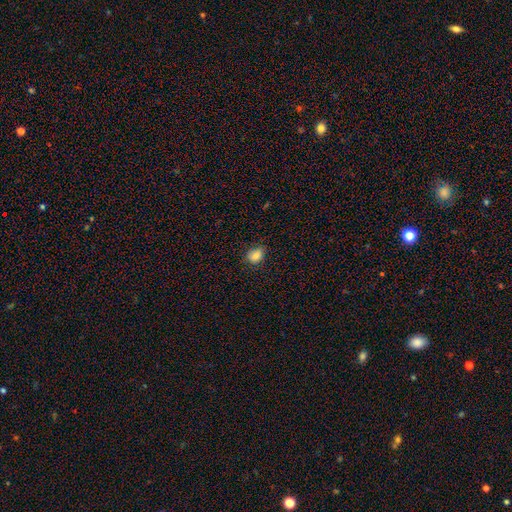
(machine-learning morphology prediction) Smooth or featured? smooth (82%)
How rounded? in between (52%)
Merging? none (77%)